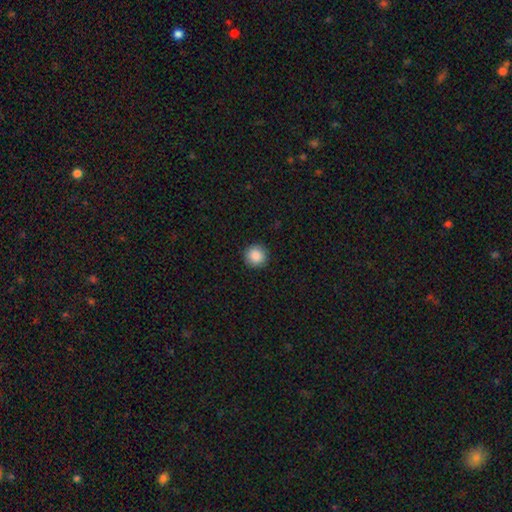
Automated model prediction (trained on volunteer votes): Smooth or featured: smooth — 88% (star or artifact — 9%)
How rounded: round — 95% (in between — 4%)
Merging: none — 92% (minor disturbance — 5%)